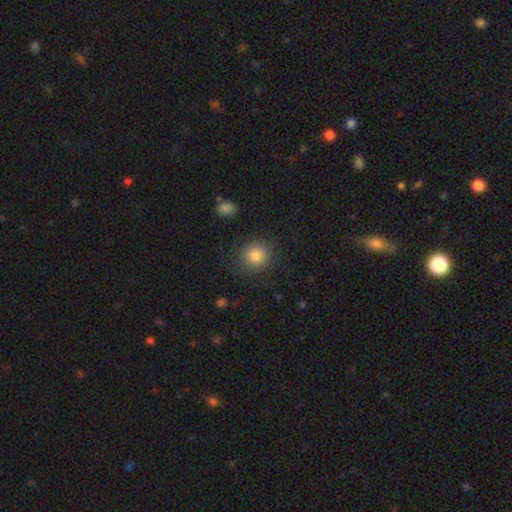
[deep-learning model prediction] Morphology: type=smooth (83%); roundness=round (88%); merging=none (84%).